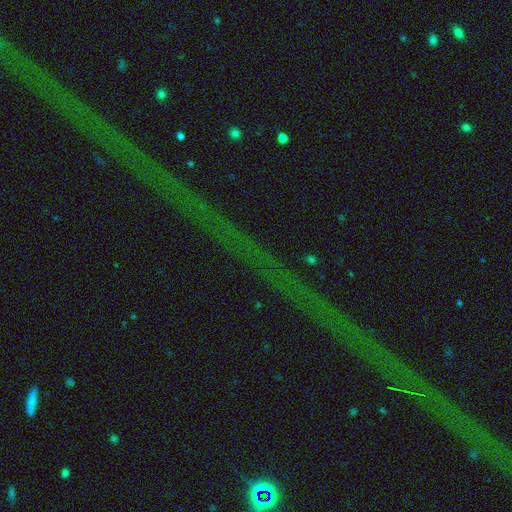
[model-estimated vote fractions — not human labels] This appears to be a star or artifact, not a galaxy (77%).